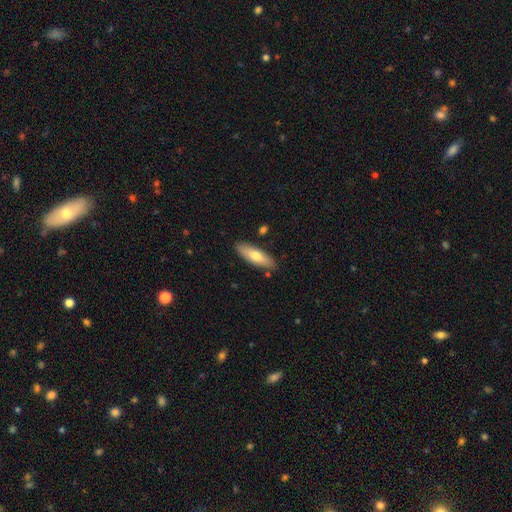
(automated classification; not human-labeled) Smooth or featured? smooth (69%)
How rounded? in between (51%)
Merging? none (85%)